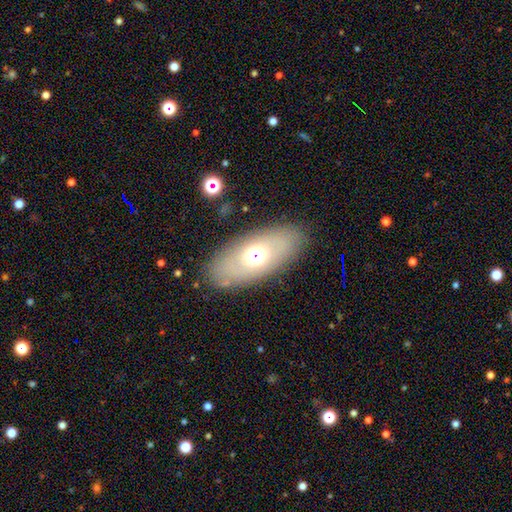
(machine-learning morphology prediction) type=smooth (55%); roundness=in between (85%); merging=none (85%).